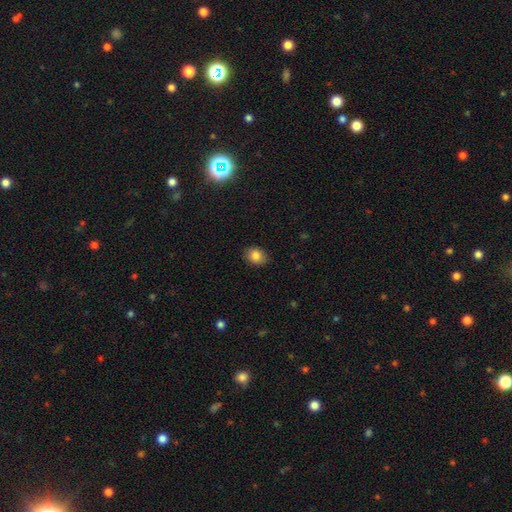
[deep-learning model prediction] Smooth or featured? Predicted: smooth (p=0.84). How rounded? Predicted: in between (p=0.59). Merging? Predicted: none (p=0.87).